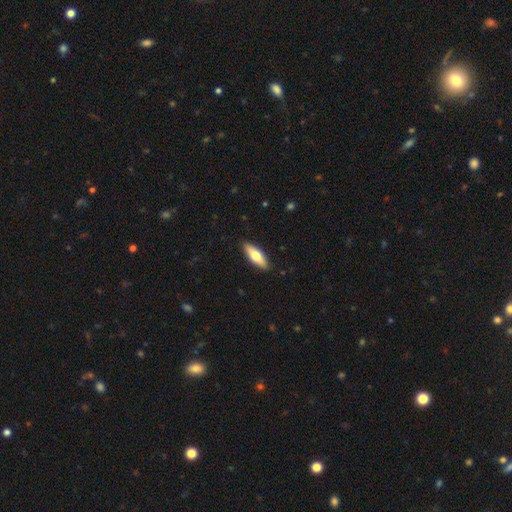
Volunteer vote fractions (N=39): Smooth or featured: smooth — 62% (featured or disk — 31%)
How rounded: in between — 67% (cigar-shaped — 33%)
Merging: none — 97% (minor disturbance — 3%)